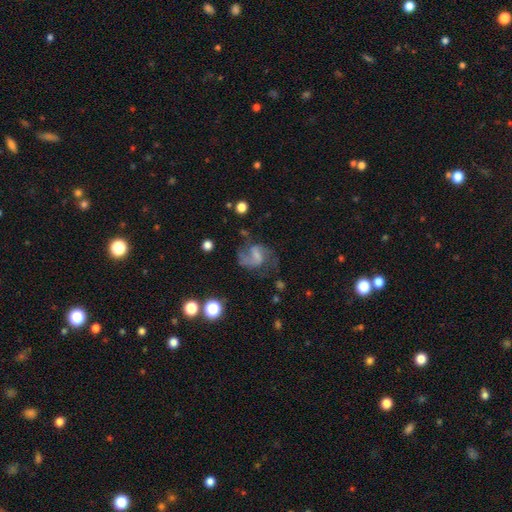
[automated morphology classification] Overall: featured or disk (72%). Edge-on disk: no (98%). Bar: weak (51%; no 34%). Spiral arms: yes (89%). Spiral arm count: 2 (73%). Spiral winding: medium (46%; loose 42%). Bulge size: small (43%; none 31%). Merging: none (49%; major disturbance 28%).